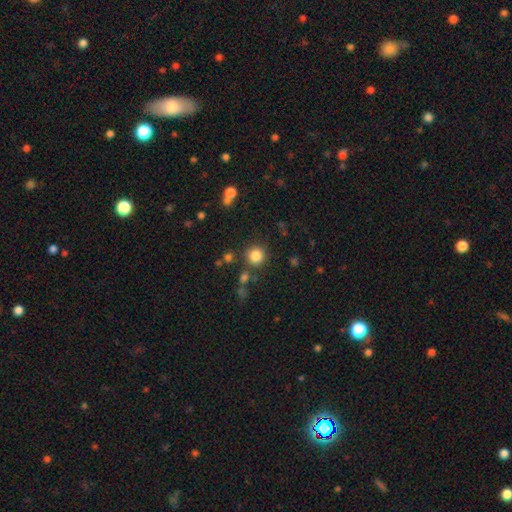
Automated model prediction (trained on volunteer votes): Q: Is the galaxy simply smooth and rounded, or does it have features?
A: smooth — 83%.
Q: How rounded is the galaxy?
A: round — 93%.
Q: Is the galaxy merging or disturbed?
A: none — 84%.